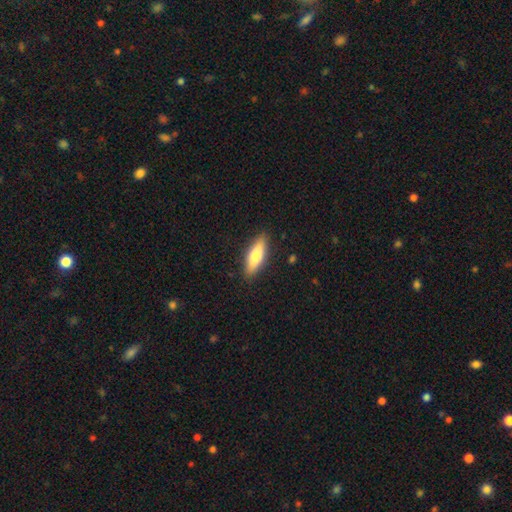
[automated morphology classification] smooth 70%, featured or disk 24%, star or artifact 6%. Down the decision tree: how rounded — in between (52%); merging — none (88%).